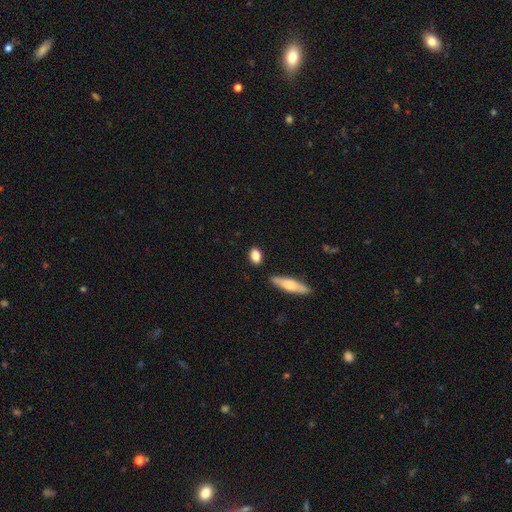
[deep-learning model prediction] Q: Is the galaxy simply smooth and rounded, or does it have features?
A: smooth — 82%.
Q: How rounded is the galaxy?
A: in between — 78%.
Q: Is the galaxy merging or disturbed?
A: none — 82%.